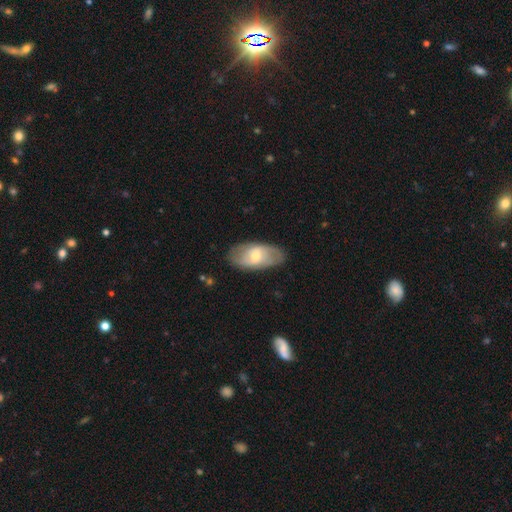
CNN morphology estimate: Smooth or featured? featured or disk (51%)
Edge-on disk? no (90%)
Merging? none (80%)